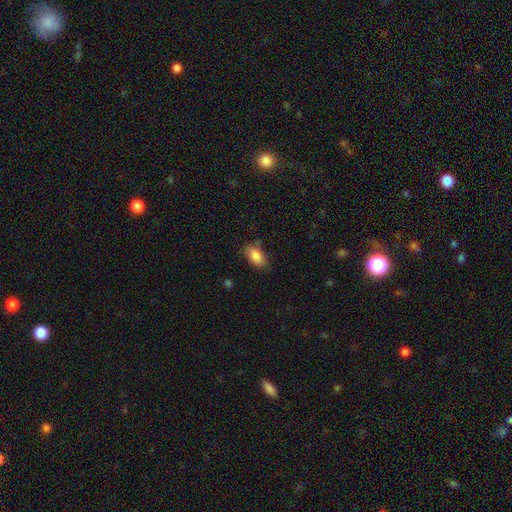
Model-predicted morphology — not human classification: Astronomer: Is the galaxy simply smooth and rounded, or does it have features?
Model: smooth — 86%.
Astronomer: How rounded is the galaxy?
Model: in between — 91%.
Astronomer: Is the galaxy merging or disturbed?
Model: none — 75%.